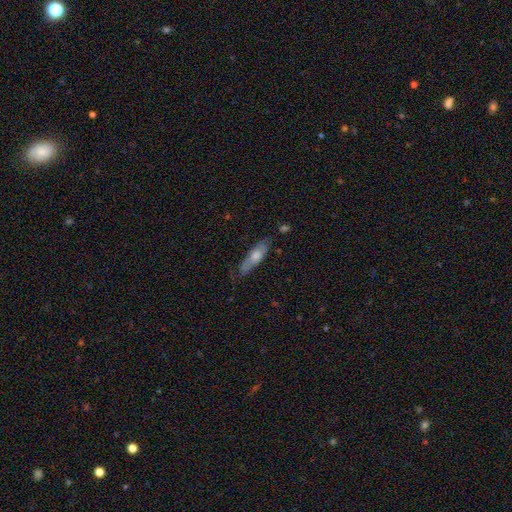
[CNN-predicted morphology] smooth-or-featured: smooth: 50% | featured or disk: 43% | star or artifact: 7%
  merging: none: 71% | minor disturbance: 22% | major disturbance: 5% | merger: 3%